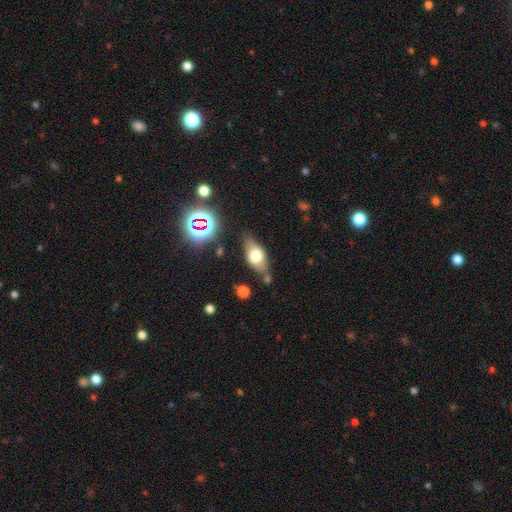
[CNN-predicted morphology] Smooth or featured? Predicted: smooth (p=0.59). How rounded? Predicted: in between (p=0.81). Merging? Predicted: none (p=0.73).